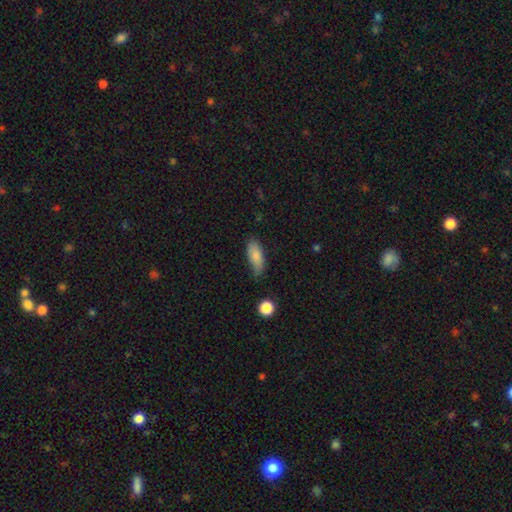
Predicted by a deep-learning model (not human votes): Smooth or featured: smooth — 83% (featured or disk — 10%)
How rounded: in between — 76% (cigar-shaped — 22%)
Merging: none — 64% (minor disturbance — 28%)